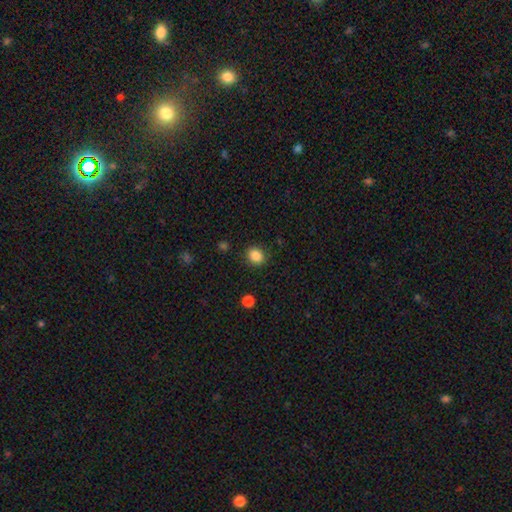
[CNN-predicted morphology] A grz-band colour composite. It shows a smooth galaxy with no disk features (86%) that is round (67%). Merging: none (88%).